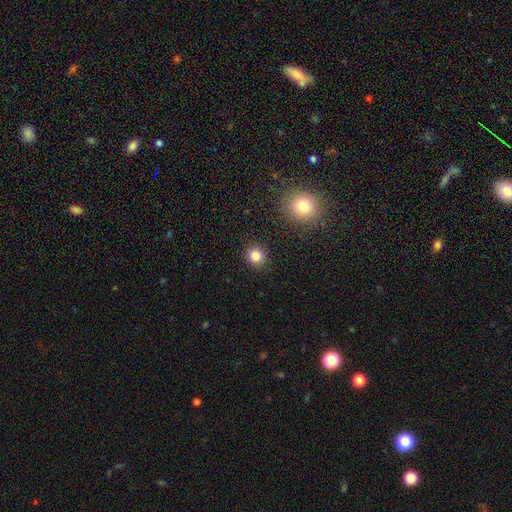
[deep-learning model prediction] This is clearly a smooth galaxy (82%). How rounded: clearly round (87%). Merging: clearly none (90%).